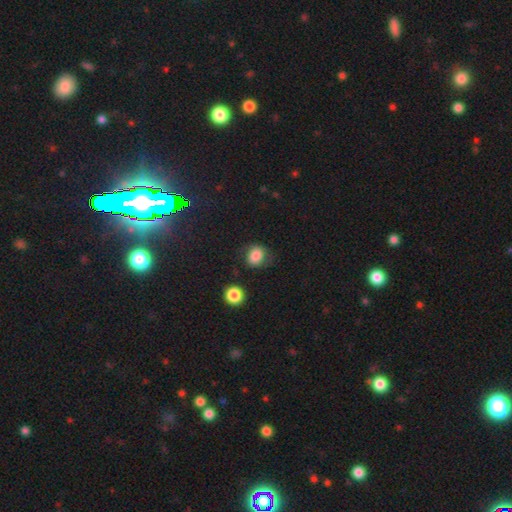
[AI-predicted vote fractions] Morphology: type=smooth (79%); roundness=round (59%); merging=none (63%).